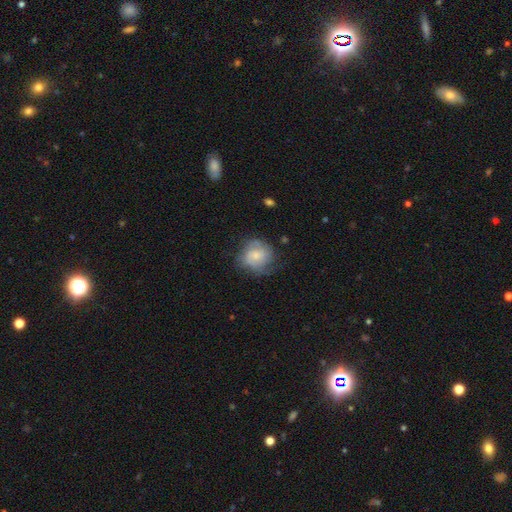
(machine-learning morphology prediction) Smooth or featured? smooth (50%)
How rounded? round (80%)
Merging? none (59%)